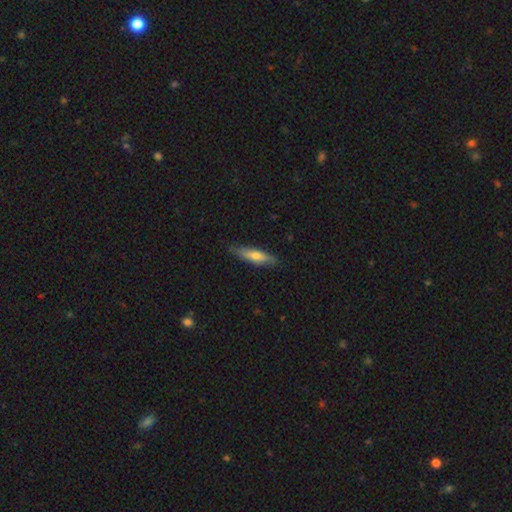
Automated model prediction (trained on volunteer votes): Morphology: type=smooth (57%); roundness=cigar-shaped (74%); merging=none (80%).